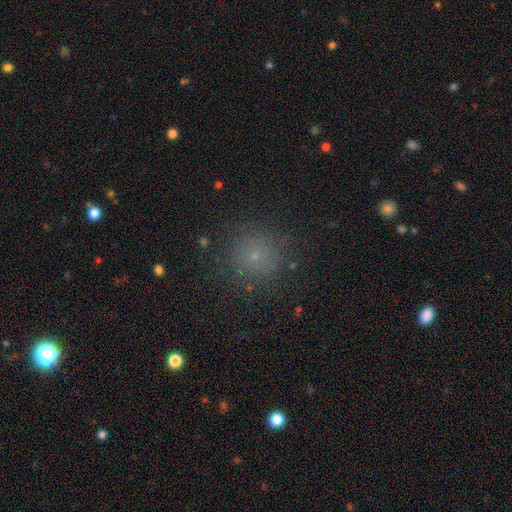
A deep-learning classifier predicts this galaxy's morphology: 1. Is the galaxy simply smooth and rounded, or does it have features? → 69% smooth, 23% star or artifact, 8% featured or disk.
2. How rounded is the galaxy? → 94% round, 5% in between, 1% cigar-shaped.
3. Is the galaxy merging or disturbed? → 88% none, 8% minor disturbance, 3% major disturbance, 1% merger.